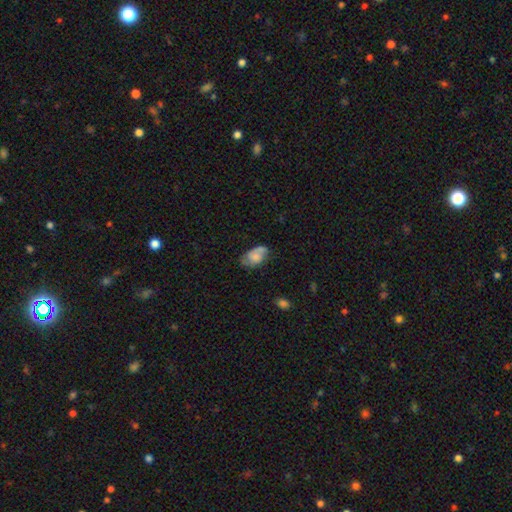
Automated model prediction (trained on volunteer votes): Smooth or featured? smooth (54%)
How rounded? in between (91%)
Merging? none (54%)